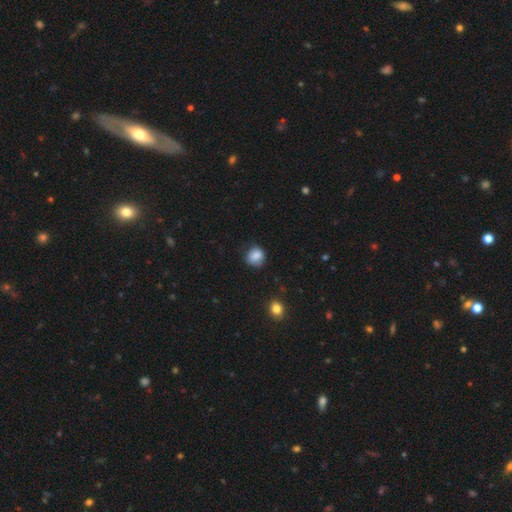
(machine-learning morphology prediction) Smooth or featured?
  - smooth: 83% *
  - star or artifact: 9%
  - featured or disk: 8%
How rounded?
  - round: 70% *
  - in between: 29%
  - cigar-shaped: 1%
Merging?
  - none: 67% *
  - minor disturbance: 25%
  - major disturbance: 6%
  - merger: 2%